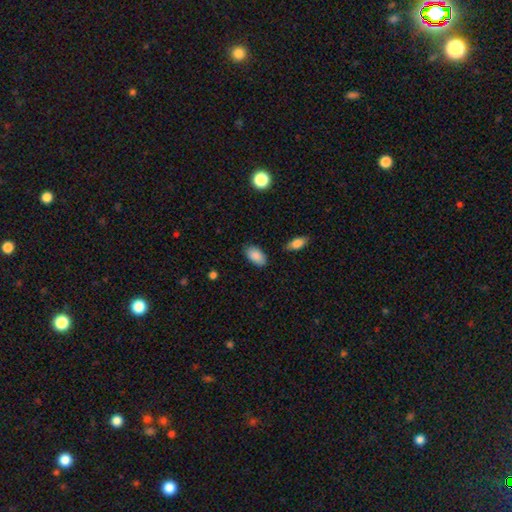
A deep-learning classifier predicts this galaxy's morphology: Smooth or featured? smooth (88%)
How rounded? in between (94%)
Merging? none (84%)